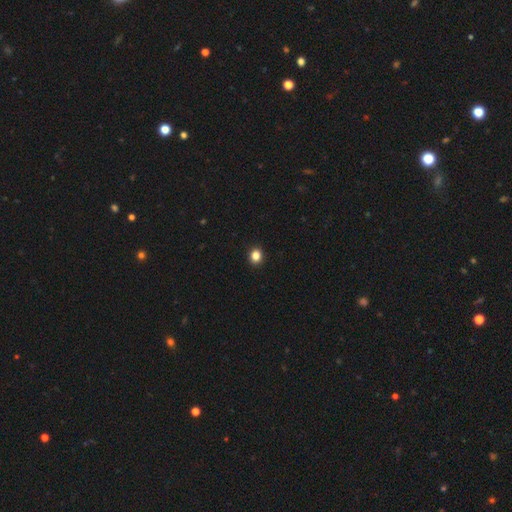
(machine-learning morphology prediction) This appears to be a smooth galaxy with no disk features (85%) that is round (72%). Merging: none (93%).